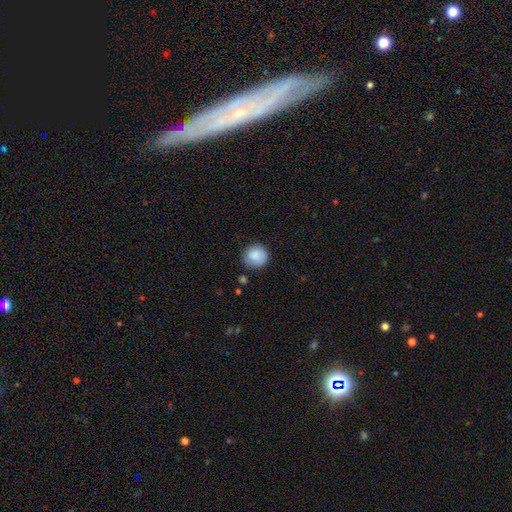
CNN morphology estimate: smooth 86%, star or artifact 7%, featured or disk 6%. Down the decision tree: how rounded — round (92%); merging — none (83%).